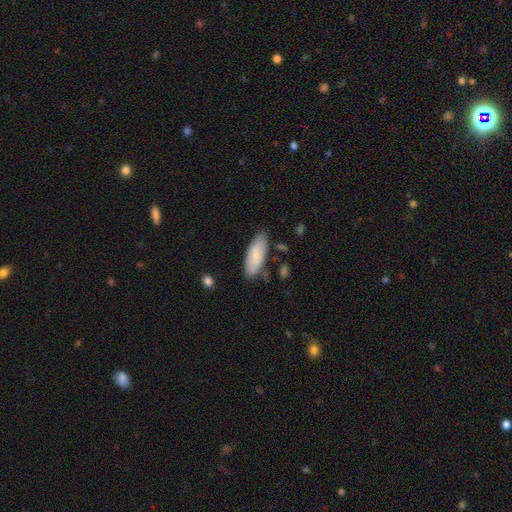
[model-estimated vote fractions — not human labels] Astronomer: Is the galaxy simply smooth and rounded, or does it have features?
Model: smooth — 80%.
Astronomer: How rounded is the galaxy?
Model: in between — 76%.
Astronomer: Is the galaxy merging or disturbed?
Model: none — 77%.